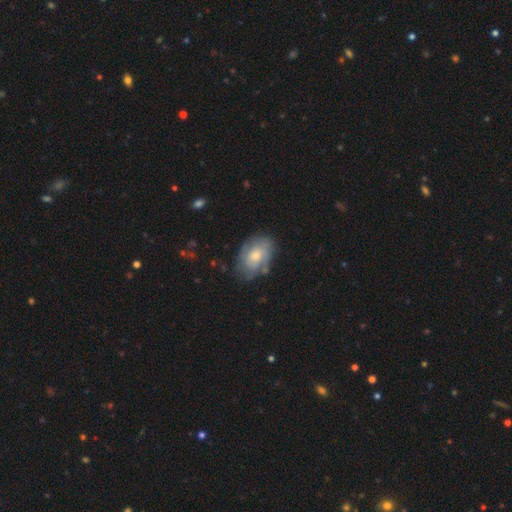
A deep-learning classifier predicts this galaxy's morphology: Smooth or featured? Predicted: smooth (p=0.49). Merging? Predicted: none (p=0.62).